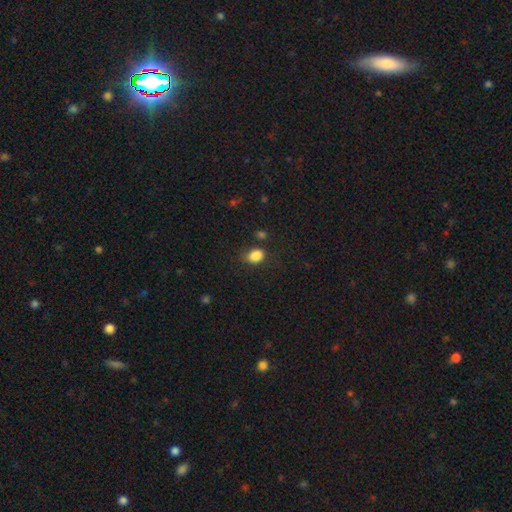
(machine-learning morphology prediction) smooth-or-featured: smooth: 86% | star or artifact: 10% | featured or disk: 4%
  how-rounded: in between: 68% | round: 31% | cigar-shaped: 1%
  merging: none: 70% | minor disturbance: 20% | major disturbance: 6% | merger: 4%